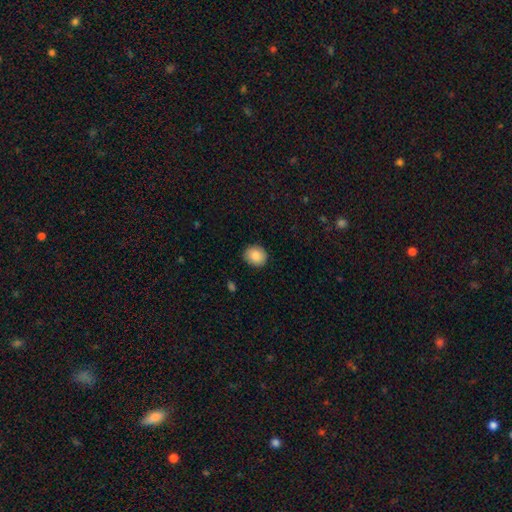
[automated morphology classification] This is clearly a smooth galaxy (88%). How rounded: likely round (72%). Merging: clearly none (87%).